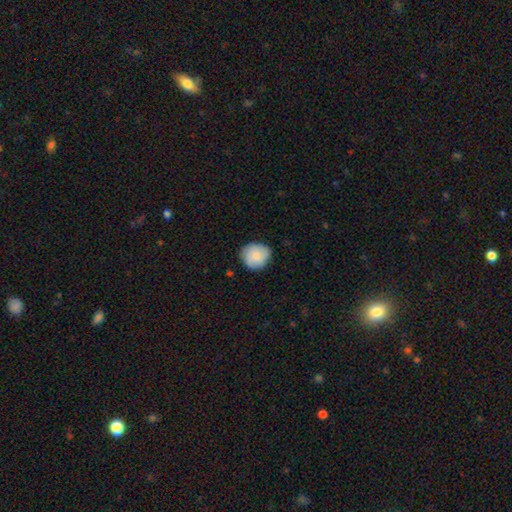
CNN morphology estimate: The model was most divided on "smooth or featured": smooth: 76%, featured or disk: 18%, star or artifact: 6%. More confident: how rounded — round (85%); merging — none (80%).